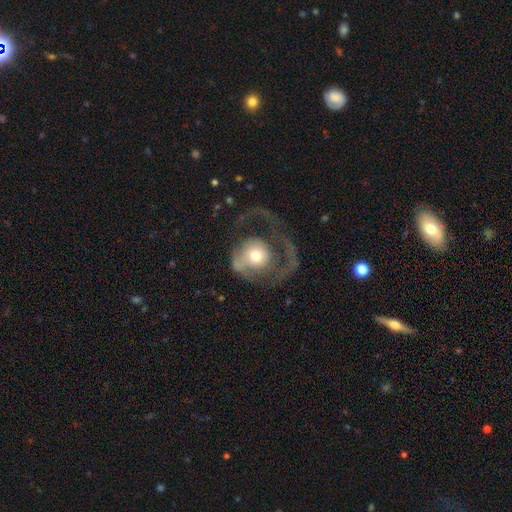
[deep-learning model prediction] Smooth or featured?
  - featured or disk: 55% *
  - smooth: 38%
  - star or artifact: 7%
Edge-on disk?
  - no: 96% *
  - yes: 4%
Bar?
  - no: 80% *
  - weak: 16%
  - strong: 4%
Spiral arms?
  - yes: 61% *
  - no: 39%
Bulge size?
  - moderate: 61% *
  - large: 18%
  - small: 16%
  - dominant: 3%
  - none: 1%
Merging?
  - major disturbance: 62% *
  - none: 23%
  - minor disturbance: 11%
  - merger: 3%